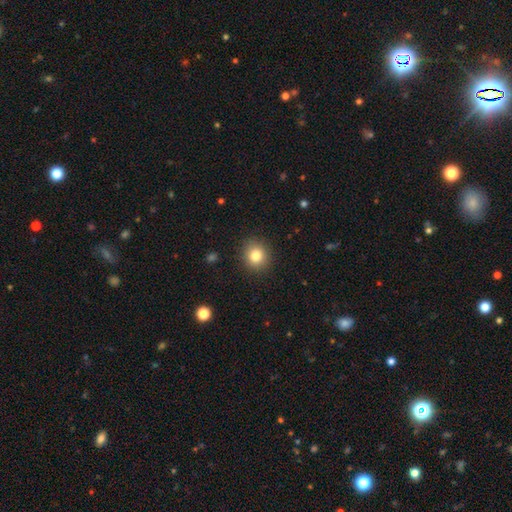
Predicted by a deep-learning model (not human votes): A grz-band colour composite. It shows a smooth galaxy with no disk features (82%) that is round (83%). Merging: none (90%).